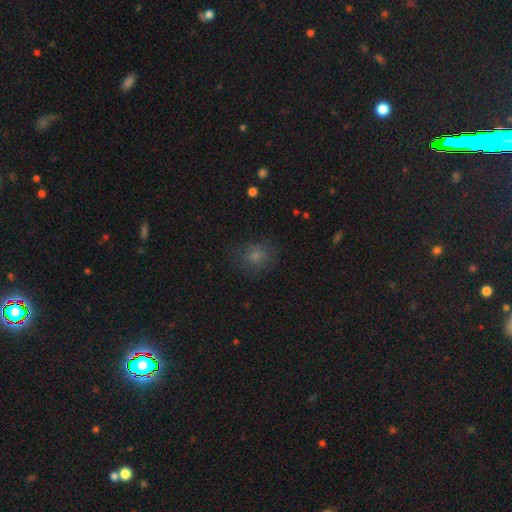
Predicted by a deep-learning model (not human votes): Morphology: type=smooth (72%); roundness=round (63%); merging=none (72%).